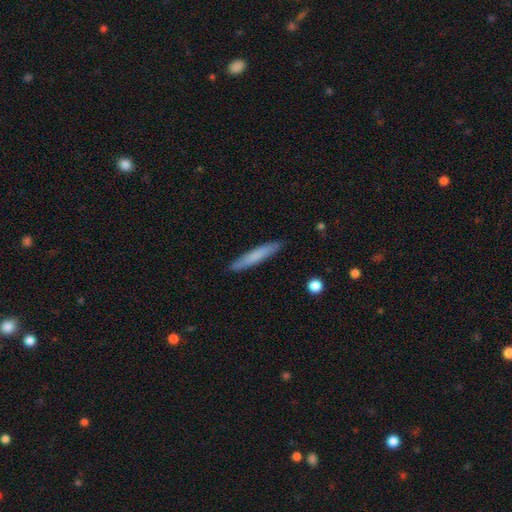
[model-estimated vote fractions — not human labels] smooth-or-featured: smooth: 73% | featured or disk: 21% | star or artifact: 6%
  how-rounded: cigar-shaped: 93% | in between: 5% | round: 1%
  merging: none: 89% | minor disturbance: 8% | major disturbance: 2% | merger: 1%